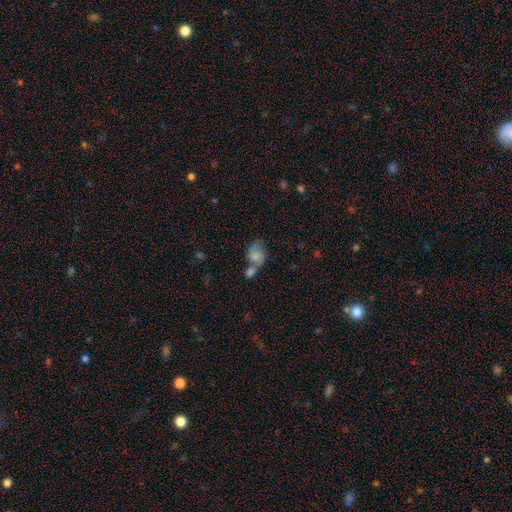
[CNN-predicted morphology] A smooth galaxy with no disk features (49%). Merging: merger (53%).